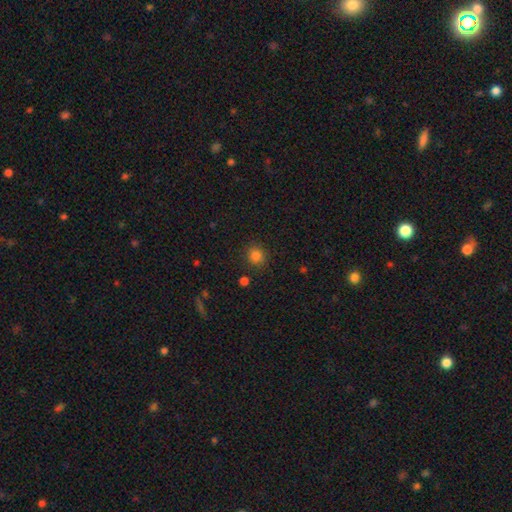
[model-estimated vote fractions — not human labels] smooth_or_featured: smooth (p=0.83) [alt: star or artifact p=0.13]
how_rounded: round (p=0.85) [alt: in between p=0.14]
merging: none (p=0.86) [alt: minor disturbance p=0.09]